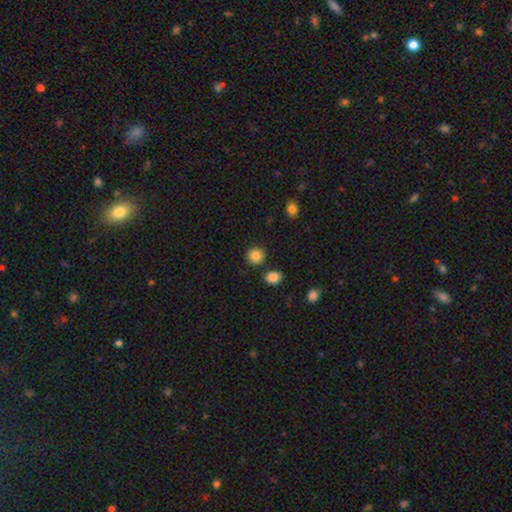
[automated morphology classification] type=smooth (85%); roundness=round (90%); merging=none (87%).